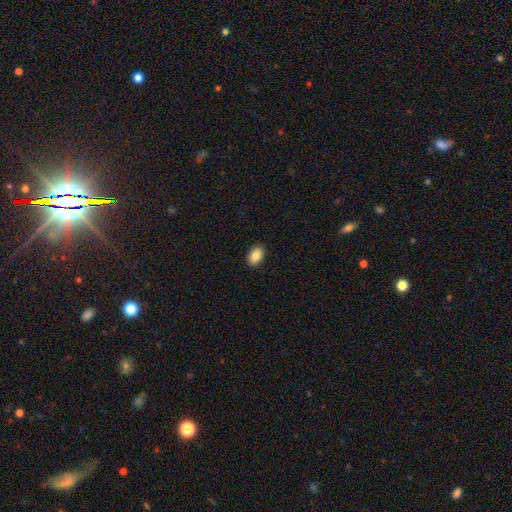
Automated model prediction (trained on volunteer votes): The model was most divided on "how rounded": in between: 88%, round: 10%, cigar-shaped: 1%. More confident: merging — none (90%); smooth or featured — smooth (86%).